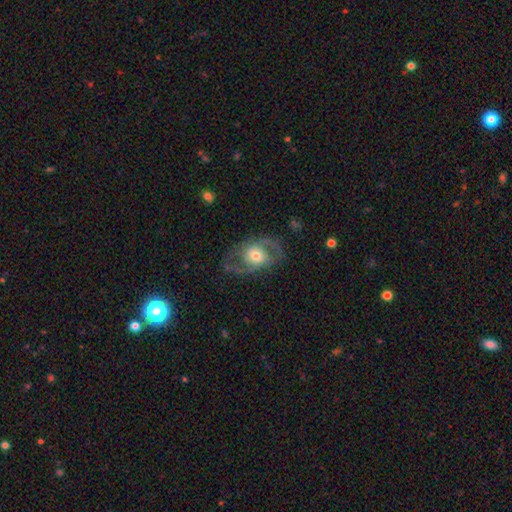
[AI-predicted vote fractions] featured or disk 71%, smooth 22%, star or artifact 6%. Down the decision tree: edge-on disk — no (95%); bar — no (71%); spiral arms — yes (72%); bulge size — moderate (64%); merging — none (70%).